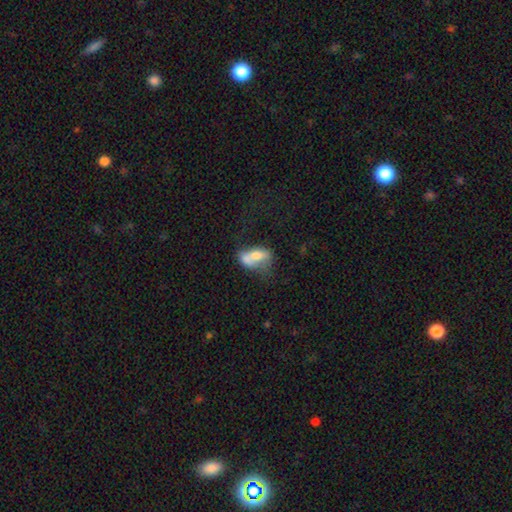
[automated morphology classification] Q: Smooth or featured?
A: smooth (60%); runner-up: featured or disk (32%)
Q: How rounded?
A: in between (83%); runner-up: cigar-shaped (9%)
Q: Merging?
A: merger (41%); runner-up: none (24%)